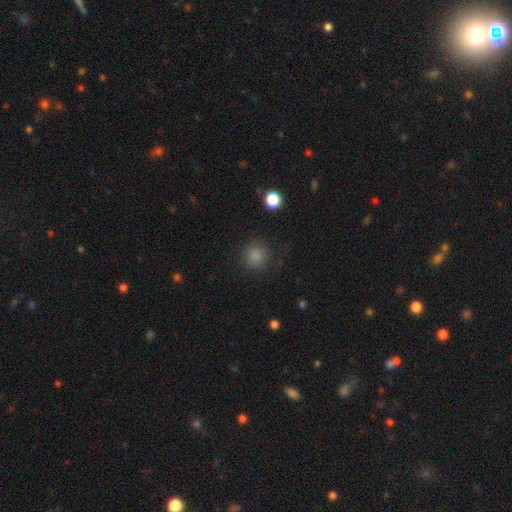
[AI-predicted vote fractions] Smooth or featured?
  - smooth: 85% *
  - star or artifact: 12%
  - featured or disk: 4%
How rounded?
  - round: 92% *
  - in between: 7%
  - cigar-shaped: 1%
Merging?
  - none: 86% *
  - minor disturbance: 9%
  - major disturbance: 4%
  - merger: 1%